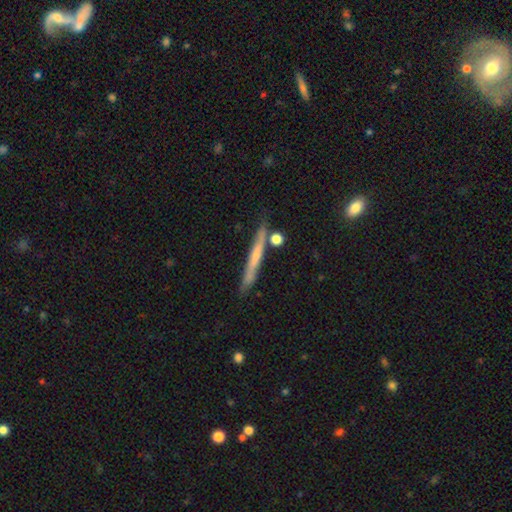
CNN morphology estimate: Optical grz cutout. It shows a smooth galaxy with no disk features (49%). Merging: none (78%).